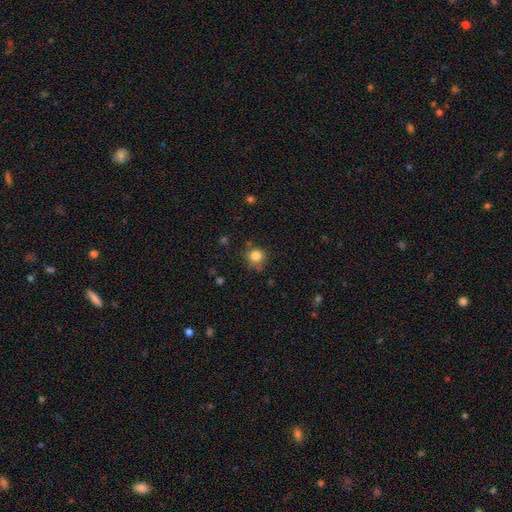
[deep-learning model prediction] This is clearly a smooth galaxy (82%). How rounded: clearly round (90%). Merging: likely none (74%).